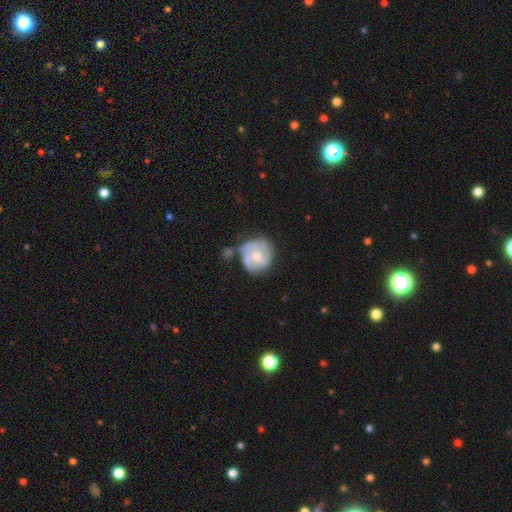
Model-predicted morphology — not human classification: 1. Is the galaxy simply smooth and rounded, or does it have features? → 61% featured or disk, 33% smooth, 5% star or artifact.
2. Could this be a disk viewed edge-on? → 98% no, 2% yes.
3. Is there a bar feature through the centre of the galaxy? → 74% no, 22% weak, 4% strong.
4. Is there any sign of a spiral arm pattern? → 71% yes, 29% no.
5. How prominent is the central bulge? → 61% moderate, 22% small, 10% large, 5% none, 2% dominant.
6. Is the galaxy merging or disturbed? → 53% none, 25% minor disturbance, 11% major disturbance, 10% merger.